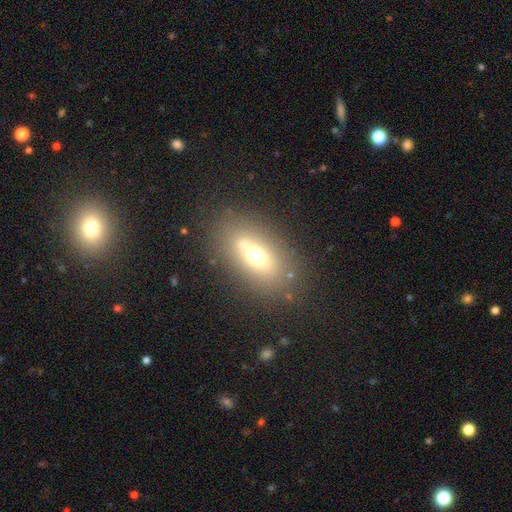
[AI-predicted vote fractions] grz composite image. It shows a smooth galaxy with no disk features (61%) that is in between round and cigar-shaped (77%). Merging: none (69%).